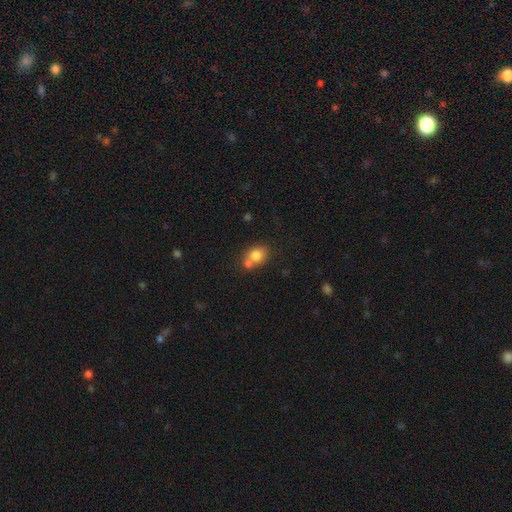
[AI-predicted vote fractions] The model was most divided on "merging": none: 48%, merger: 37%, minor disturbance: 11%, major disturbance: 4%. More confident: smooth or featured — smooth (79%); how rounded — round (55%).